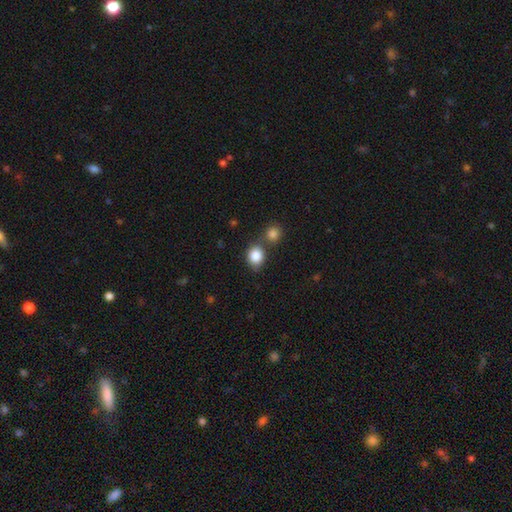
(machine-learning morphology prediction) A smooth galaxy with no disk features (86%) that is round (67%). Merging: none (61%).